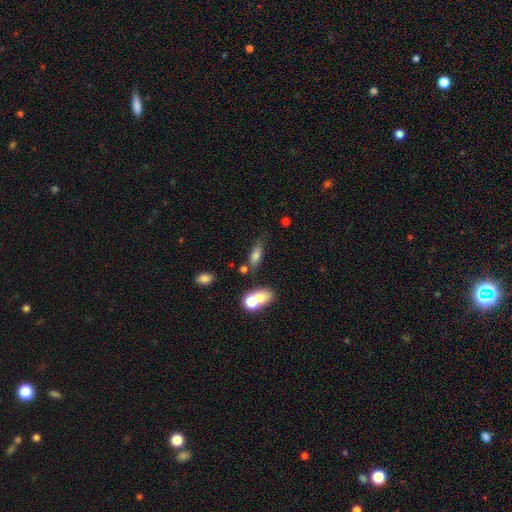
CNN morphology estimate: smooth-or-featured: smooth: 72% | featured or disk: 17% | star or artifact: 11%
  how-rounded: in between: 68% | cigar-shaped: 26% | round: 7%
  merging: none: 61% | minor disturbance: 17% | merger: 16% | major disturbance: 6%